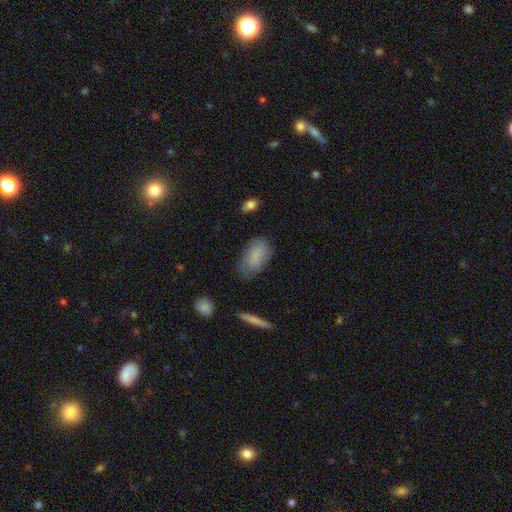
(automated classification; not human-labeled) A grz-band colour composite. It shows a smooth galaxy with no disk features (82%) that is in between round and cigar-shaped (92%). Merging: none (66%).